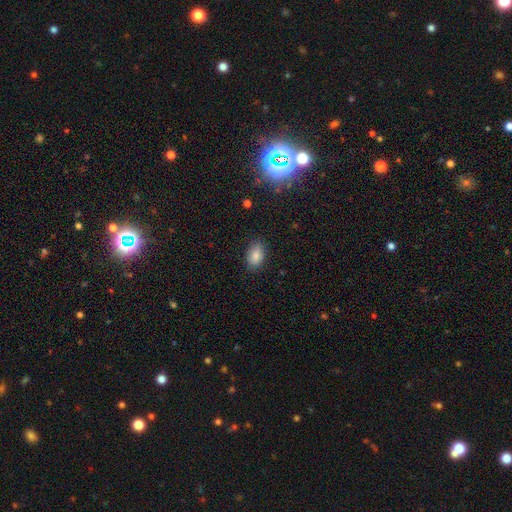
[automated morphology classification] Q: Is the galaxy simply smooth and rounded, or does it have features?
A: smooth — 85%.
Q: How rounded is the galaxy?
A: in between — 90%.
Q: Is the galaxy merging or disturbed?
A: none — 84%.